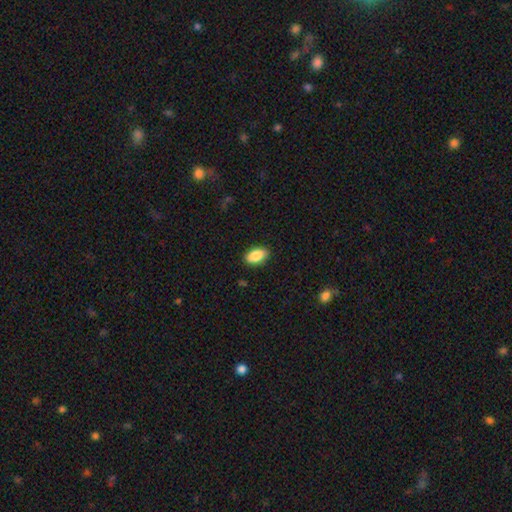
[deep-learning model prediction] Smooth or featured? Predicted: smooth (p=0.88). How rounded? Predicted: in between (p=0.92). Merging? Predicted: none (p=0.87).